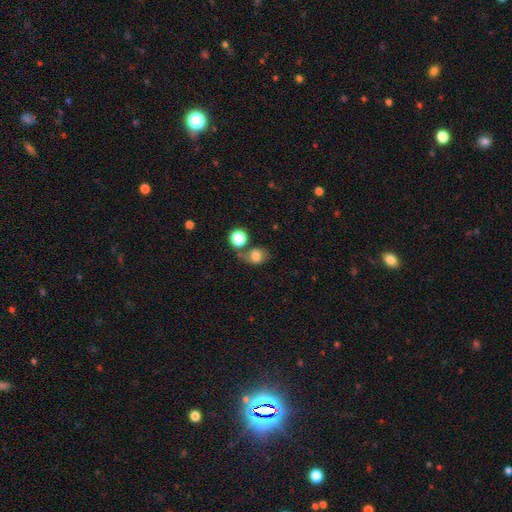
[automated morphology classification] Smooth or featured?
  - smooth: 70% *
  - featured or disk: 18%
  - star or artifact: 12%
How rounded?
  - in between: 52% *
  - round: 47%
  - cigar-shaped: 1%
Merging?
  - none: 45% *
  - merger: 25%
  - minor disturbance: 19%
  - major disturbance: 11%